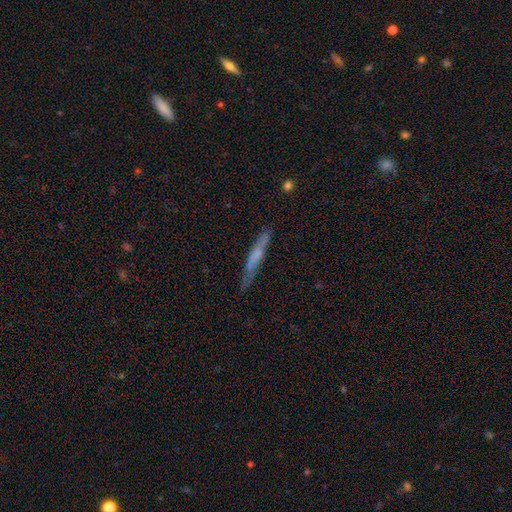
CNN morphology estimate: A smooth galaxy with no disk features (49%).

Vote fractions:
- Smooth or featured? smooth: 49% / featured or disk: 43% / star or artifact: 7%
- Merging? none: 77% / minor disturbance: 17% / major disturbance: 4% / merger: 2%